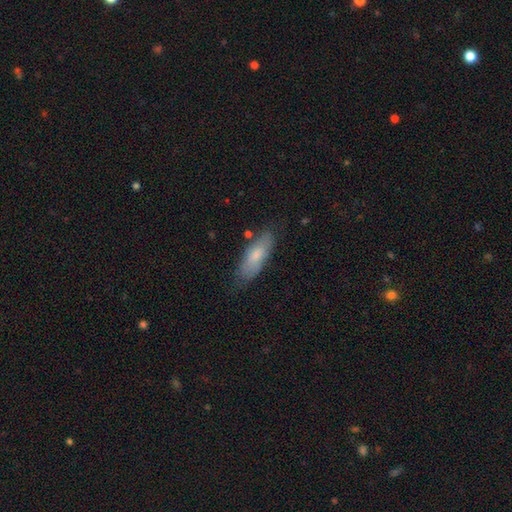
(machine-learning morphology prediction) smooth_or_featured: smooth (p=0.71) [alt: featured or disk p=0.23]
how_rounded: in between (p=0.62) [alt: cigar-shaped p=0.36]
merging: none (p=0.73) [alt: minor disturbance p=0.21]